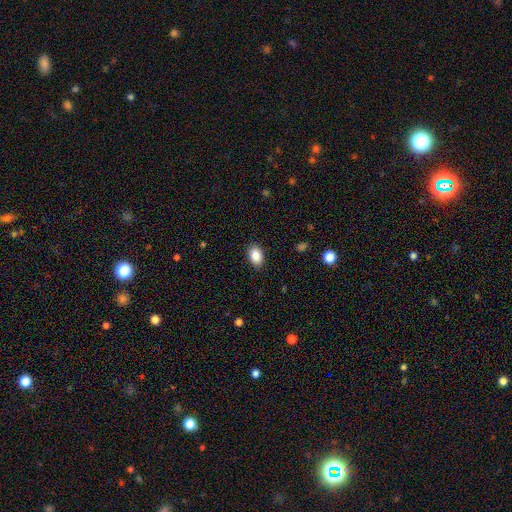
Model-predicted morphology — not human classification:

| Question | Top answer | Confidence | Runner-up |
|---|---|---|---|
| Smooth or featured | smooth | 88% | star or artifact (8%) |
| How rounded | in between | 87% | round (11%) |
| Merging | none | 88% | minor disturbance (9%) |